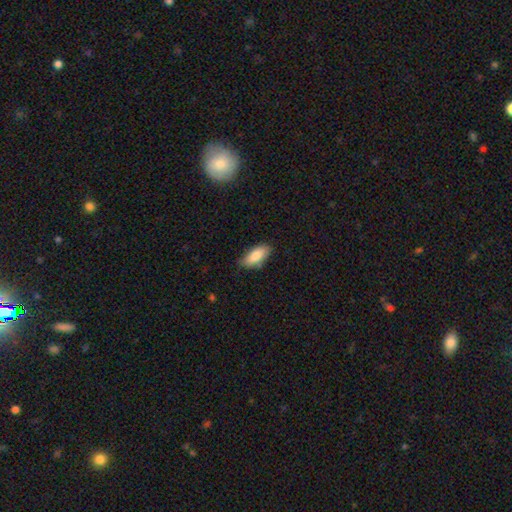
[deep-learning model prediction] The model was most divided on "merging": none: 76%, minor disturbance: 19%, major disturbance: 3%, merger: 2%. More confident: smooth or featured — smooth (84%); how rounded — in between (83%).